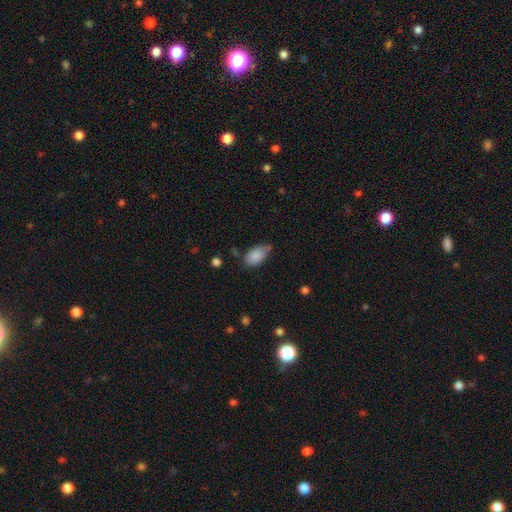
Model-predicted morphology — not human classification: type=smooth (87%); roundness=in between (92%); merging=none (56%).